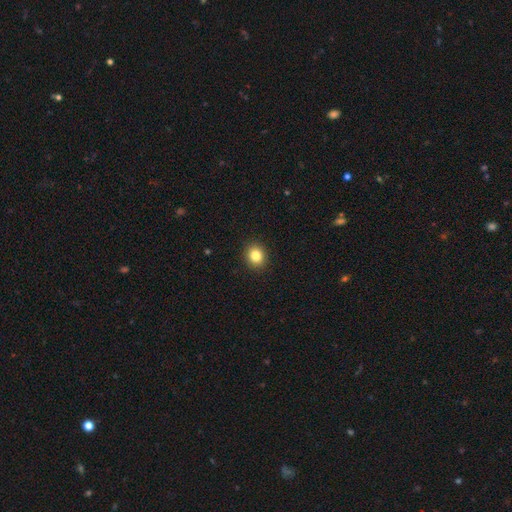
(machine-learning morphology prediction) Q: Smooth or featured?
A: smooth (83%); runner-up: star or artifact (11%)
Q: How rounded?
A: round (73%); runner-up: in between (27%)
Q: Merging?
A: none (92%); runner-up: minor disturbance (6%)